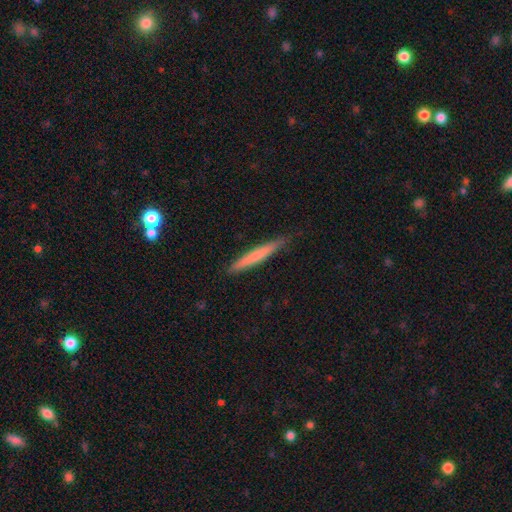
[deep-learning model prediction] smooth-or-featured: smooth: 67% | featured or disk: 27% | star or artifact: 6%
  how-rounded: cigar-shaped: 96% | in between: 3% | round: 1%
  merging: none: 86% | minor disturbance: 11% | major disturbance: 2% | merger: 1%